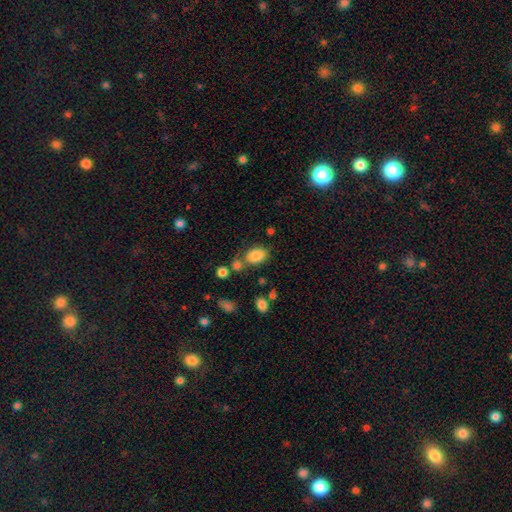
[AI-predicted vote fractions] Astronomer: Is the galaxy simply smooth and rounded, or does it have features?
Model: smooth — 85%.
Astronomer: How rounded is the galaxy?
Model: in between — 82%.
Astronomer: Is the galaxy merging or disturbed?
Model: none — 64%.